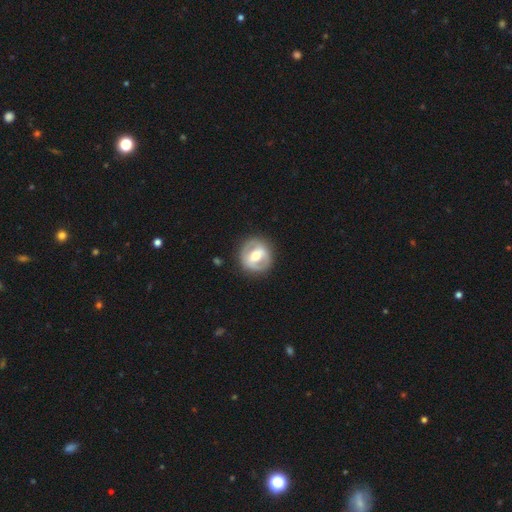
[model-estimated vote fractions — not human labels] A featured or disk galaxy (62%) with a strong bar (45%), no spiral arms (69%) and a moderate central bulge (72%).

Vote fractions:
- Smooth or featured? featured or disk: 62% / smooth: 33% / star or artifact: 5%
- Edge-on disk? no: 95% / yes: 5%
- Bar? strong: 45% / weak: 33% / no: 21%
- Spiral arms? no: 69% / yes: 31%
- Bulge size? moderate: 72% / large: 13% / small: 13% / dominant: 1% / none: 1%
- Merging? none: 86% / minor disturbance: 9% / major disturbance: 4% / merger: 1%